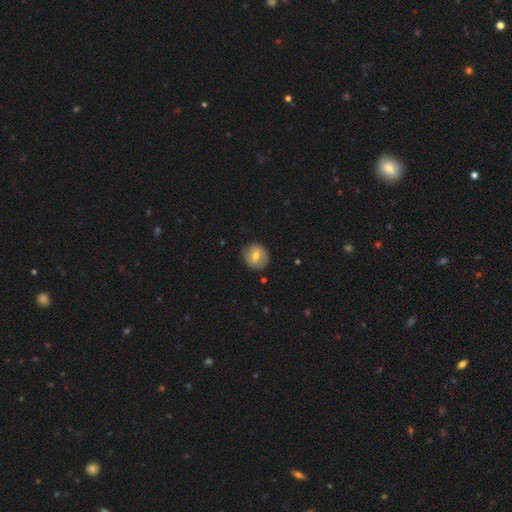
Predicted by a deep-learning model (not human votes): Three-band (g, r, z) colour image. It shows a smooth galaxy with no disk features (58%) that is round (85%). Merging: none (83%).